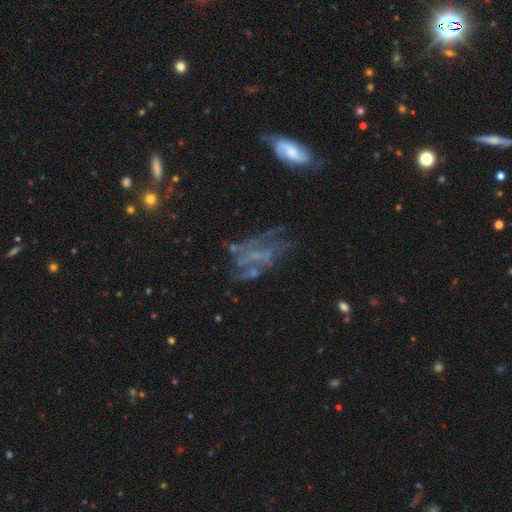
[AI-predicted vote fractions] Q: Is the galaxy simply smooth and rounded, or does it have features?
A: featured or disk — 63%.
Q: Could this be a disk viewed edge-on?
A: no — 95%.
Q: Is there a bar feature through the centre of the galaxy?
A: no — 67%.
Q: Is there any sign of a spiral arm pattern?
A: no — 50%, tied with yes.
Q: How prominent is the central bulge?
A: none — 66%.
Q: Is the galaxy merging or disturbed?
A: none — 40%.